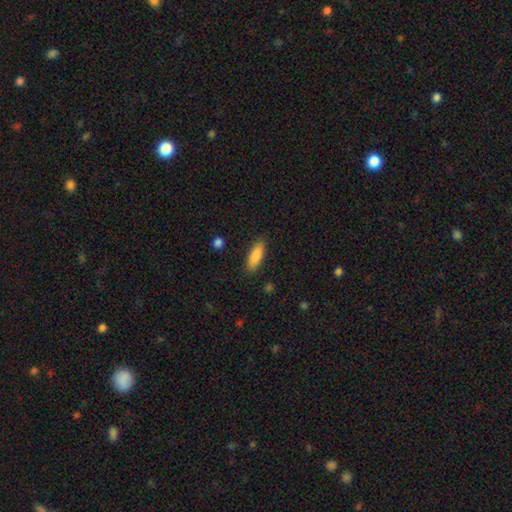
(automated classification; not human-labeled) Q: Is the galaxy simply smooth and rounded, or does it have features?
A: smooth — 87%.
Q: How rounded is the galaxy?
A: in between — 60%.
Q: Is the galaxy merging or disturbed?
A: none — 85%.